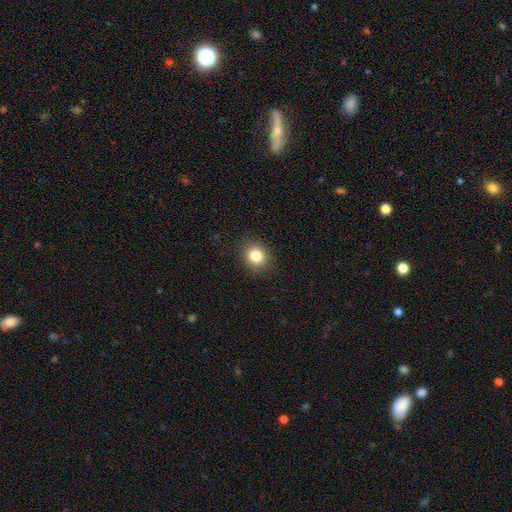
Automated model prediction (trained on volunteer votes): A smooth galaxy with no disk features (83%) that is round (77%). Merging: none (89%).